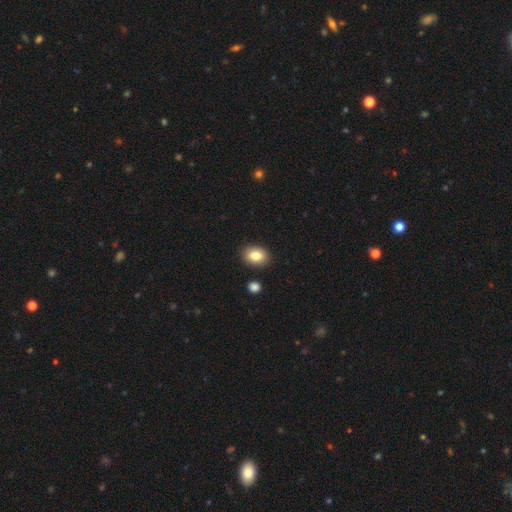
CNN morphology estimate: type=smooth (84%); roundness=in between (75%); merging=none (87%).